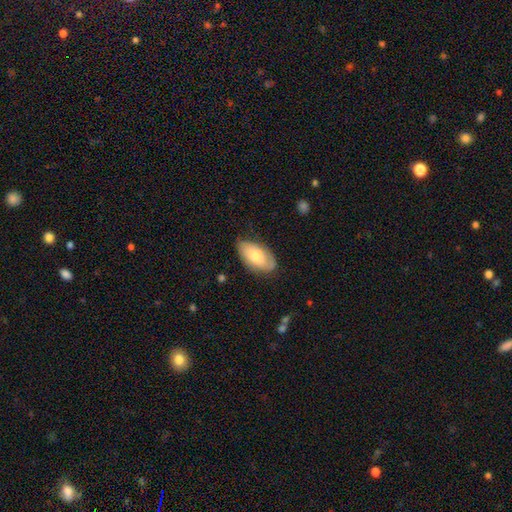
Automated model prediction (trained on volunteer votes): The model was most divided on "smooth or featured": smooth: 68%, featured or disk: 26%, star or artifact: 6%. More confident: how rounded — in between (95%); merging — none (75%).